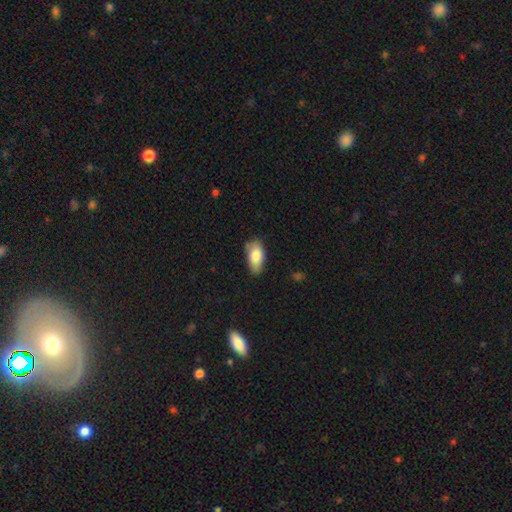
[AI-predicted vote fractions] Smooth or featured?
  - smooth: 81% *
  - featured or disk: 12%
  - star or artifact: 7%
How rounded?
  - in between: 91% *
  - cigar-shaped: 5%
  - round: 3%
Merging?
  - none: 71% *
  - minor disturbance: 23%
  - major disturbance: 4%
  - merger: 2%